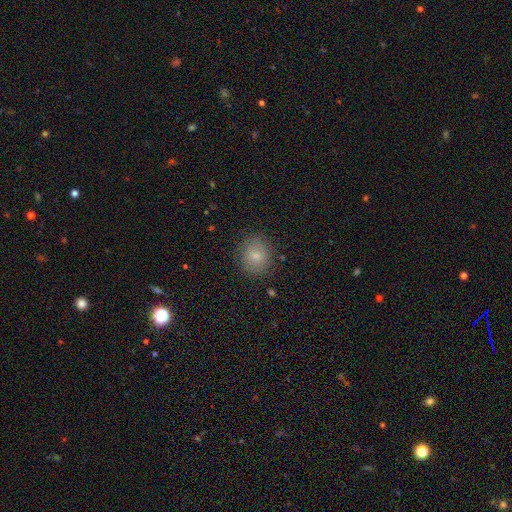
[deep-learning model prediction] This appears to be a smooth galaxy with no disk features (81%) that is round (76%). Merging: none (86%).